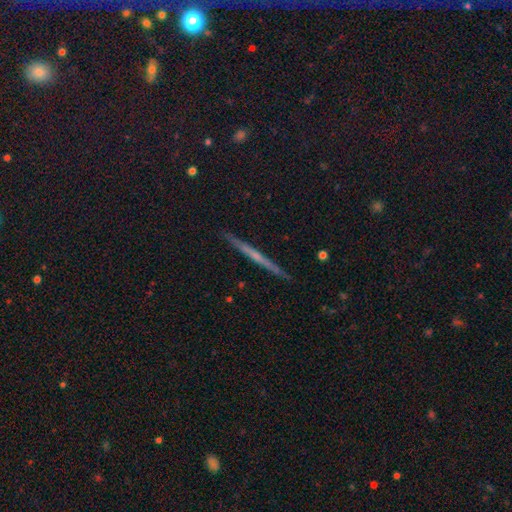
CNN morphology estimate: Smooth or featured?
  - featured or disk: 65% *
  - smooth: 28%
  - star or artifact: 8%
Edge-on disk?
  - yes: 98% *
  - no: 2%
Edge-on bulge?
  - none: 69% *
  - rounded: 25%
  - boxy: 6%
Merging?
  - none: 92% *
  - minor disturbance: 6%
  - major disturbance: 1%
  - merger: 1%